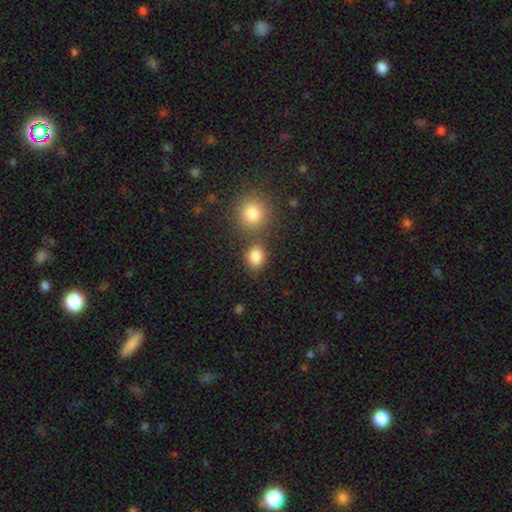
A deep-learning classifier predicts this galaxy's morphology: Smooth or featured?
  - smooth: 85% *
  - star or artifact: 10%
  - featured or disk: 5%
How rounded?
  - round: 62% *
  - in between: 37%
  - cigar-shaped: 1%
Merging?
  - none: 66% *
  - merger: 19%
  - minor disturbance: 11%
  - major disturbance: 4%